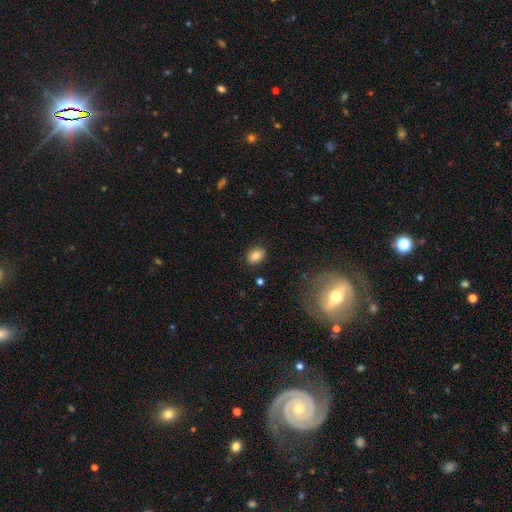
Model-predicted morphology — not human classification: smooth-or-featured: smooth: 82% | star or artifact: 10% | featured or disk: 8%
  how-rounded: in between: 64% | round: 35% | cigar-shaped: 1%
  merging: none: 87% | minor disturbance: 9% | major disturbance: 2% | merger: 2%